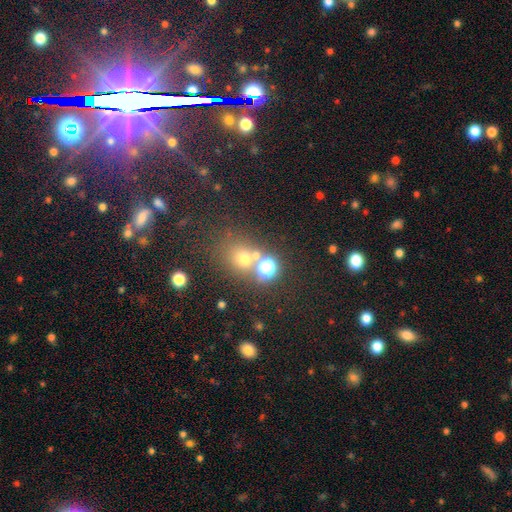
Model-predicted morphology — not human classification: A smooth galaxy with no disk features (53%) that is round (78%). Merging: none (62%).